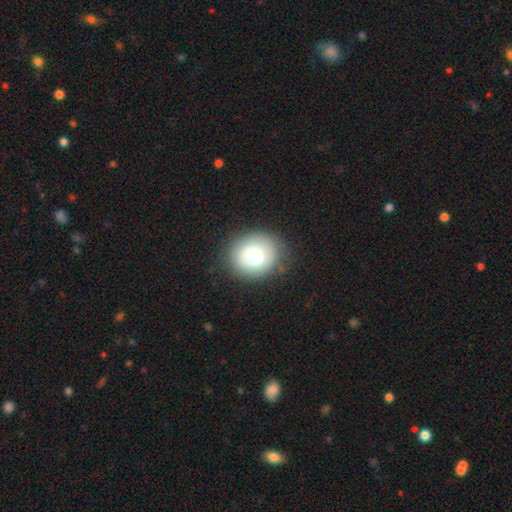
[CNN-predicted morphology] The model was most divided on "how rounded": round: 71%, in between: 28%, cigar-shaped: 1%. More confident: merging — none (80%); smooth or featured — smooth (70%).